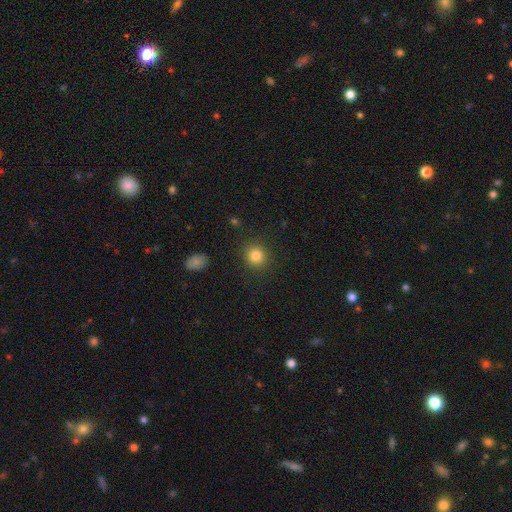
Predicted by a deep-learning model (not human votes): Smooth or featured? Predicted: smooth (p=0.84). How rounded? Predicted: round (p=0.89). Merging? Predicted: none (p=0.90).